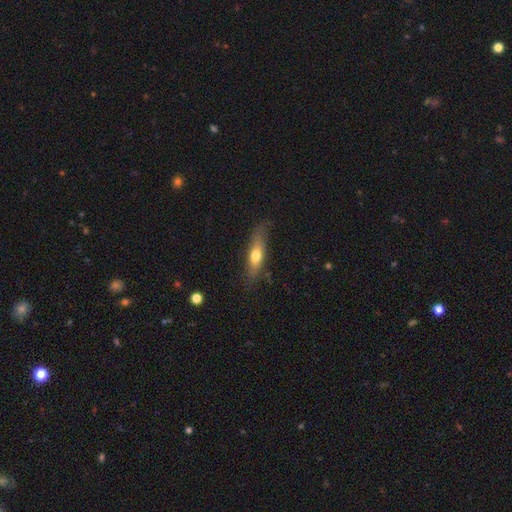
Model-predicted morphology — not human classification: Q: Smooth or featured?
A: smooth (59%); runner-up: featured or disk (34%)
Q: How rounded?
A: cigar-shaped (57%); runner-up: in between (40%)
Q: Merging?
A: none (69%); runner-up: minor disturbance (22%)